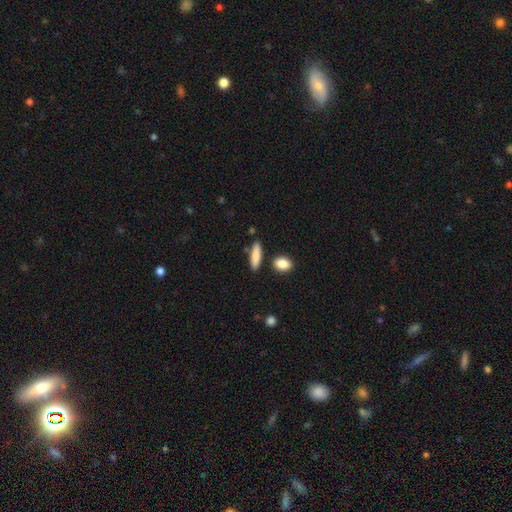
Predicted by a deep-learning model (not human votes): A smooth galaxy with no disk features (84%) that is cigar-shaped (61%). Merging: none (81%).